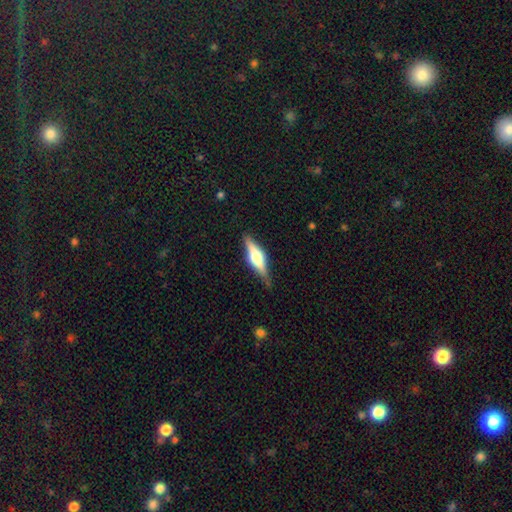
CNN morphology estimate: type=featured or disk (68%); edge-on=yes (96%); edge-on bulge=rounded (90%); merging=none (83%).